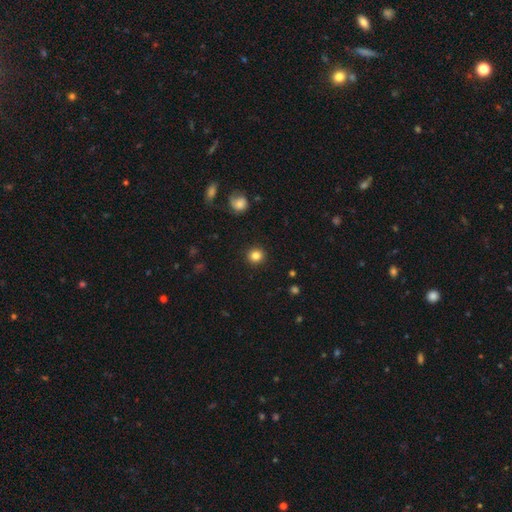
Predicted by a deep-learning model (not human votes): Morphology: type=smooth (84%); roundness=round (93%); merging=none (92%).